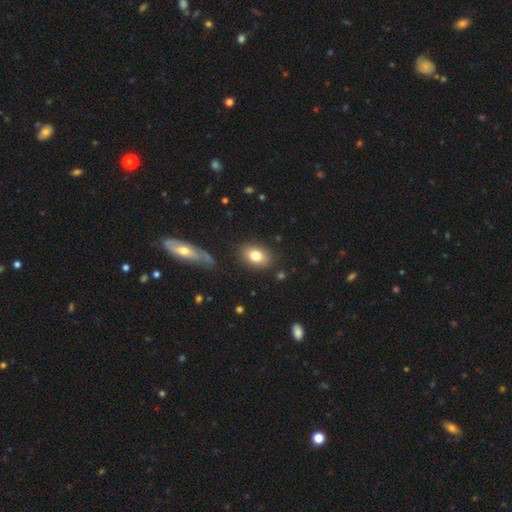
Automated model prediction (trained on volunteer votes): Morphology: type=smooth (80%); roundness=in between (79%); merging=none (84%).